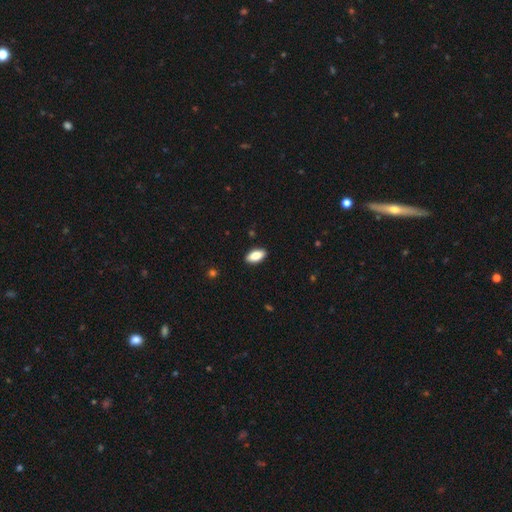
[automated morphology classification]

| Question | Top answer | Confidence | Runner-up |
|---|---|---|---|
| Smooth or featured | smooth | 84% | featured or disk (9%) |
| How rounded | in between | 91% | cigar-shaped (6%) |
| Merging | none | 90% | minor disturbance (8%) |